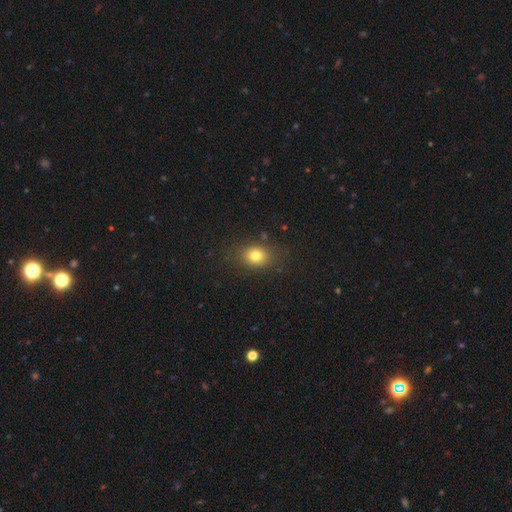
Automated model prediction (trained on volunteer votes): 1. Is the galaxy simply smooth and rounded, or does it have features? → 79% smooth, 13% star or artifact, 9% featured or disk.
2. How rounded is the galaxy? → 50% round, 49% in between, 1% cigar-shaped.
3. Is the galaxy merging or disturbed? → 81% none, 12% minor disturbance, 4% major disturbance, 2% merger.